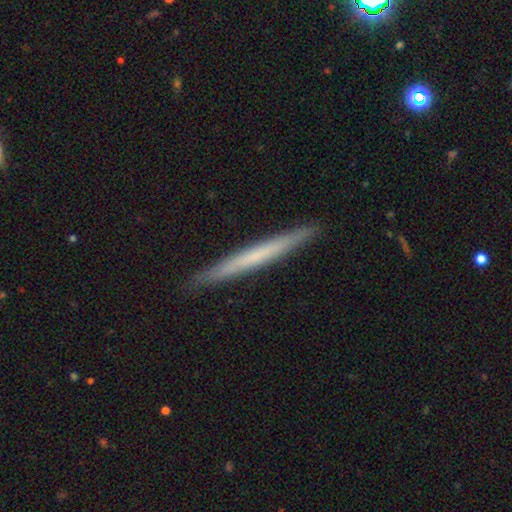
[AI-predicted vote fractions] Smooth or featured?
  - smooth: 50% *
  - featured or disk: 45%
  - star or artifact: 6%
Merging?
  - none: 92% *
  - minor disturbance: 6%
  - major disturbance: 1%
  - merger: 1%